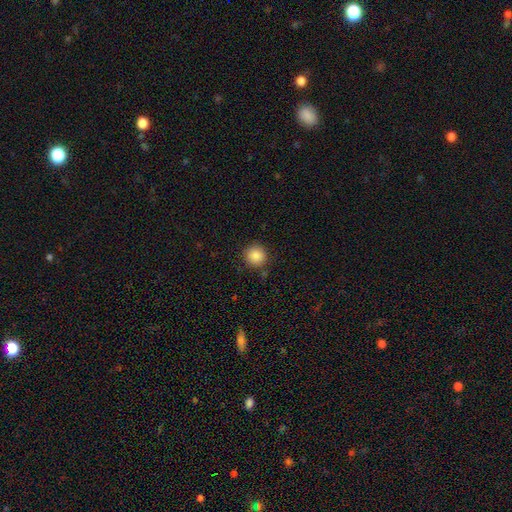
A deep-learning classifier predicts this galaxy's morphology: Smooth or featured? smooth (87%)
How rounded? round (94%)
Merging? none (88%)